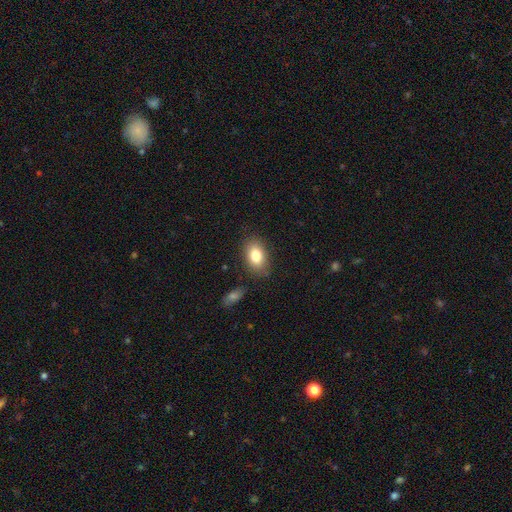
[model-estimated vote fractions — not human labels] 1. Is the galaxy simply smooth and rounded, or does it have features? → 83% smooth, 10% featured or disk, 8% star or artifact.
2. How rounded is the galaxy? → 88% in between, 11% round, 2% cigar-shaped.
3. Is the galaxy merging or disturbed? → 83% none, 12% minor disturbance, 3% major disturbance, 3% merger.